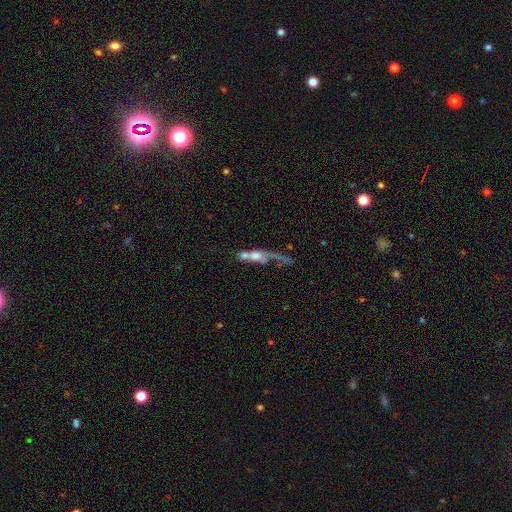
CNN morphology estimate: Smooth or featured? Predicted: featured or disk (p=0.45). Merging? Predicted: merger (p=0.54).